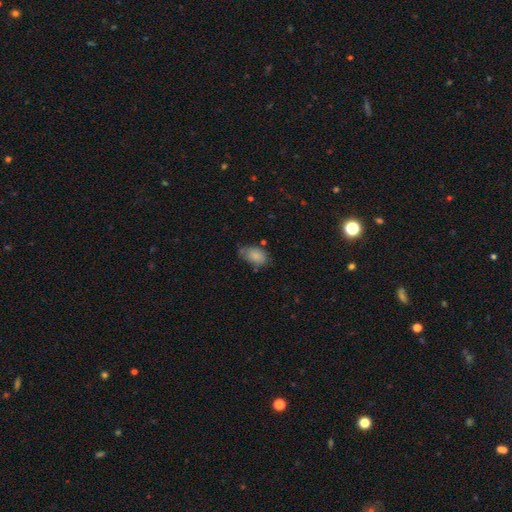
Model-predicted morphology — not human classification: Overall: smooth (85%). How rounded: in between (89%). Merging: none (60%; minor disturbance 27%).